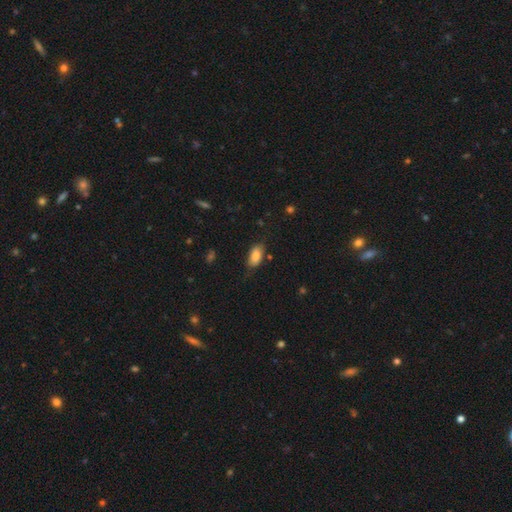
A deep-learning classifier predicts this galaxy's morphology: Overall: smooth (81%). How rounded: in between (91%). Merging: none (73%).